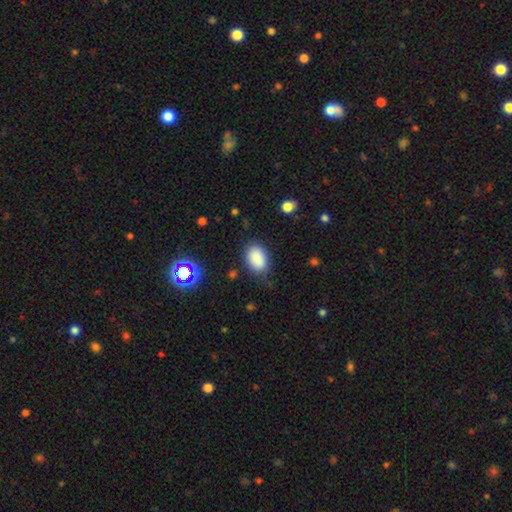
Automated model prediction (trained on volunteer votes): Smooth or featured: smooth — 87% (star or artifact — 9%)
How rounded: in between — 87% (round — 12%)
Merging: none — 78% (minor disturbance — 15%)